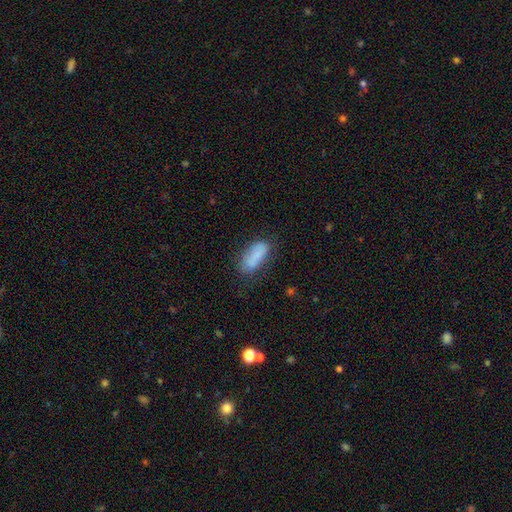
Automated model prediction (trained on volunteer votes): Smooth or featured: smooth — 82% (featured or disk — 10%)
How rounded: in between — 76% (cigar-shaped — 22%)
Merging: none — 65% (minor disturbance — 24%)